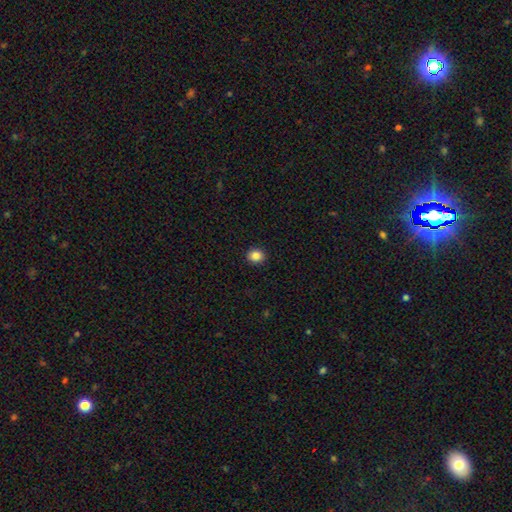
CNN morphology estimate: Smooth or featured?
  - smooth: 85% *
  - star or artifact: 10%
  - featured or disk: 4%
How rounded?
  - round: 77% *
  - in between: 22%
  - cigar-shaped: 1%
Merging?
  - none: 92% *
  - minor disturbance: 6%
  - major disturbance: 2%
  - merger: 1%